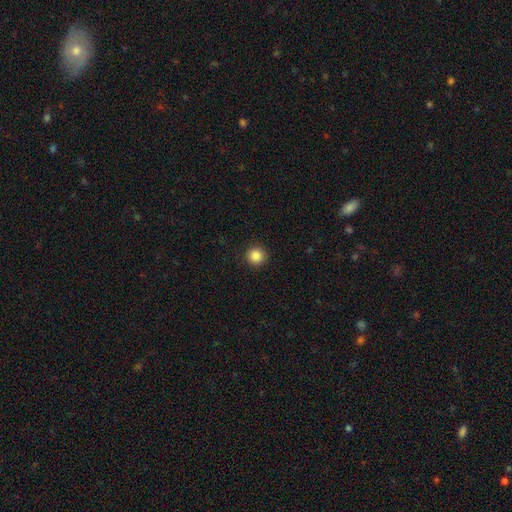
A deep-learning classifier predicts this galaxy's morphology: type=smooth (86%); roundness=round (95%); merging=none (92%).